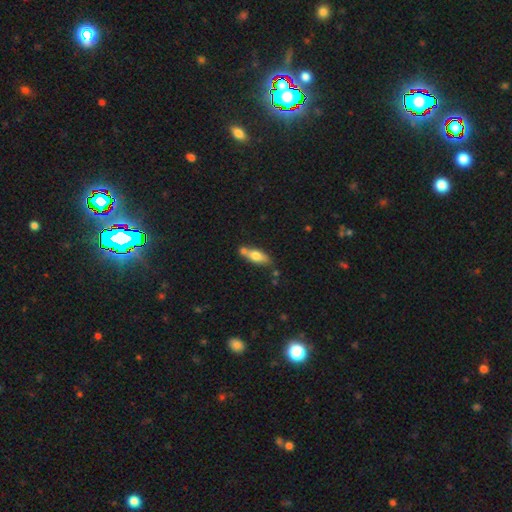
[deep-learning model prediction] Q: Smooth or featured?
A: smooth (67%); runner-up: featured or disk (25%)
Q: How rounded?
A: in between (64%); runner-up: cigar-shaped (32%)
Q: Merging?
A: none (58%); runner-up: merger (22%)